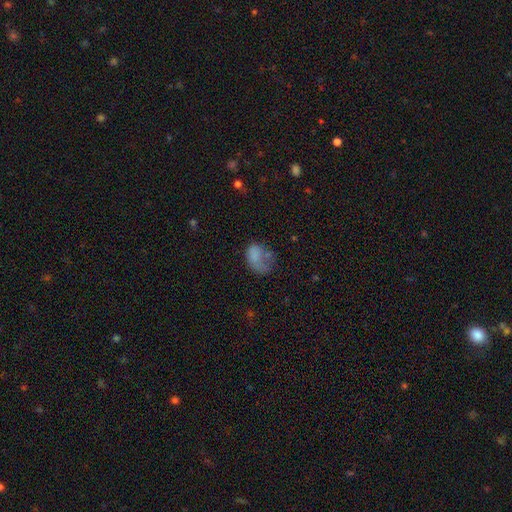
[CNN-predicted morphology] smooth-or-featured: smooth: 68% | featured or disk: 21% | star or artifact: 11%
  how-rounded: in between: 80% | round: 18% | cigar-shaped: 1%
  merging: major disturbance: 43% | none: 24% | minor disturbance: 23% | merger: 10%